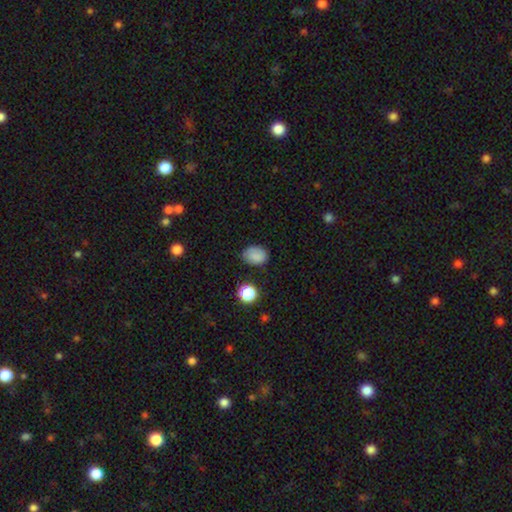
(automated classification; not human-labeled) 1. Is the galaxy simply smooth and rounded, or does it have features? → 84% smooth, 11% star or artifact, 5% featured or disk.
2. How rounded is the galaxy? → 68% in between, 31% round, 1% cigar-shaped.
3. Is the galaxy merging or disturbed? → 78% none, 17% minor disturbance, 4% major disturbance, 2% merger.